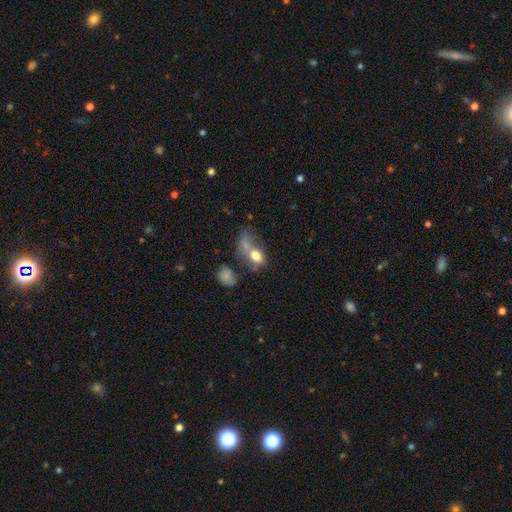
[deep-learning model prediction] smooth 70%, featured or disk 19%, star or artifact 11%. Down the decision tree: how rounded — in between (76%); merging — merger (32%).